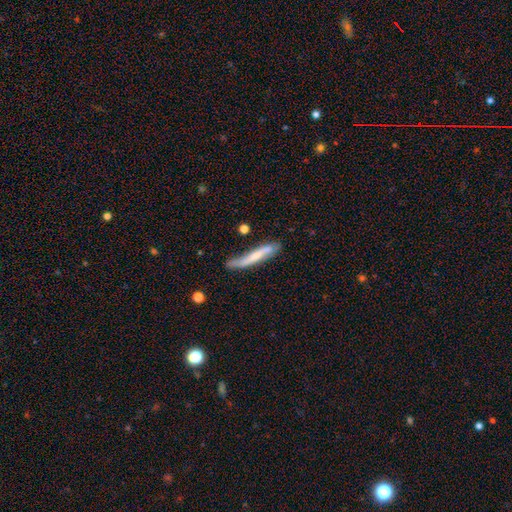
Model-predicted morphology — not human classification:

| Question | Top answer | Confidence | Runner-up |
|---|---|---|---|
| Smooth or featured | smooth | 51% | featured or disk (43%) |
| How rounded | cigar-shaped | 92% | in between (7%) |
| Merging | none | 55% | minor disturbance (29%) |